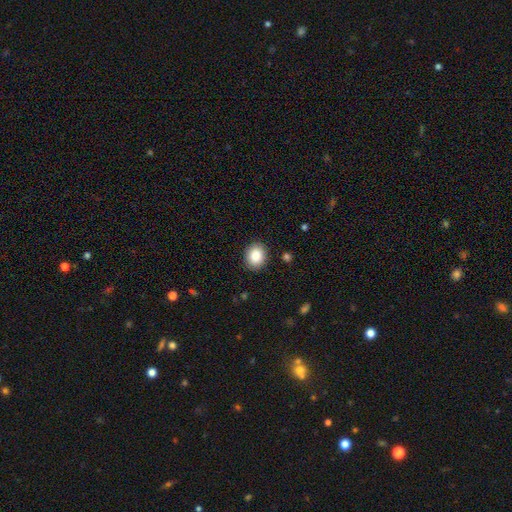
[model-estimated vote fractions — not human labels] smooth-or-featured: smooth: 87% | star or artifact: 8% | featured or disk: 5%
  how-rounded: round: 56% | in between: 43% | cigar-shaped: 1%
  merging: none: 89% | minor disturbance: 8% | major disturbance: 2% | merger: 1%